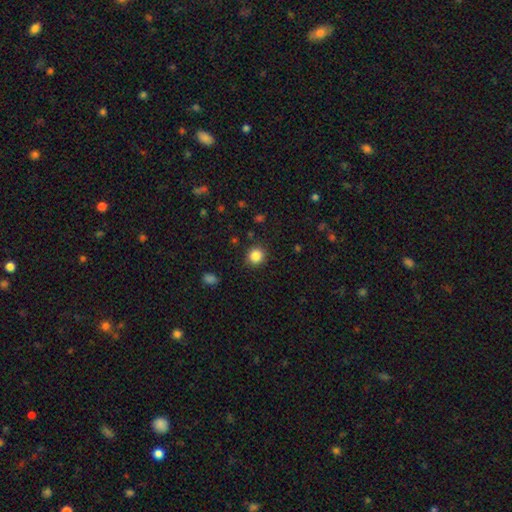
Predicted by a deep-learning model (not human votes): Q: Smooth or featured?
A: smooth (85%); runner-up: star or artifact (10%)
Q: How rounded?
A: round (90%); runner-up: in between (9%)
Q: Merging?
A: none (90%); runner-up: minor disturbance (7%)